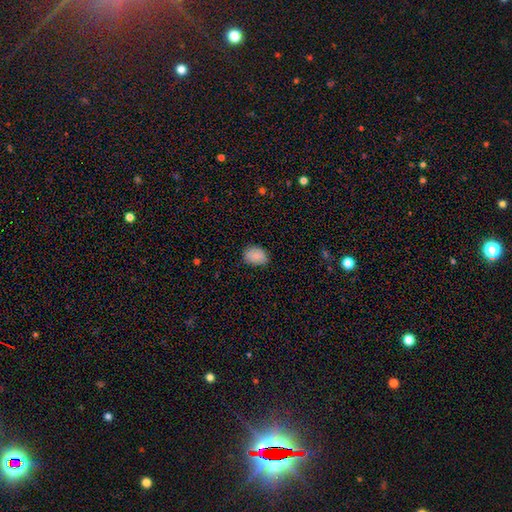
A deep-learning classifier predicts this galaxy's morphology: smooth 87%, star or artifact 8%, featured or disk 5%. Down the decision tree: how rounded — in between (67%); merging — none (77%).